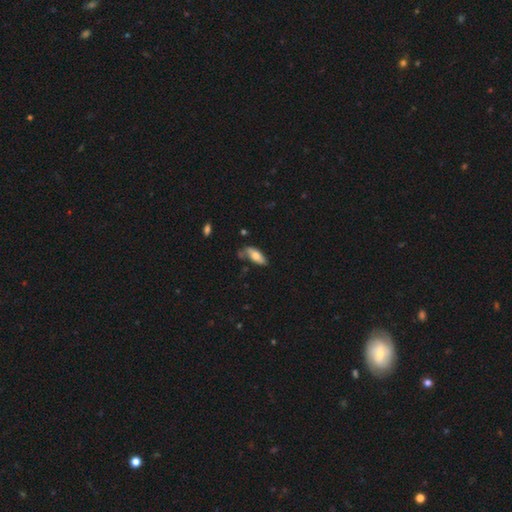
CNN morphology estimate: This appears to be a smooth galaxy with no disk features (68%) that is in between round and cigar-shaped (77%). Merging: none (54%).